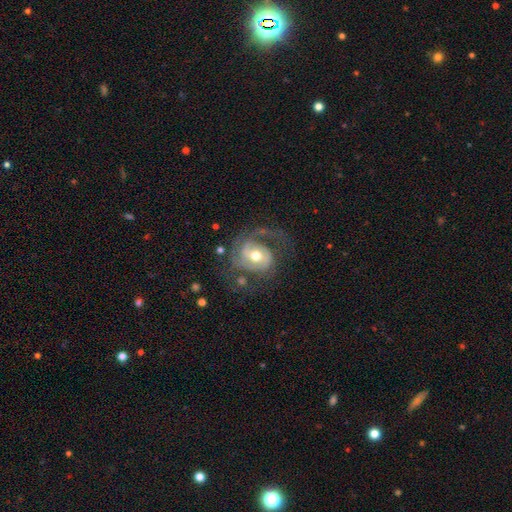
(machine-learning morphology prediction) featured or disk 80%, smooth 14%, star or artifact 6%. Down the decision tree: edge-on disk — no (97%); bar — no (45%); spiral arms — yes (91%); spiral arm count — 2 (46%); spiral winding — medium (44%); bulge size — moderate (71%); merging — none (50%).